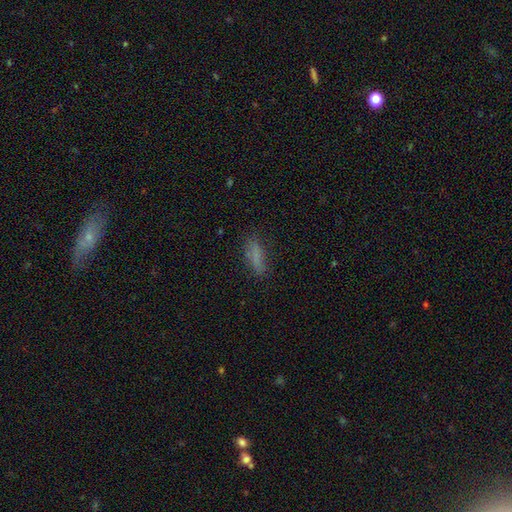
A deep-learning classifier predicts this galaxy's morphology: smooth-or-featured: smooth: 75% | featured or disk: 14% | star or artifact: 11%
  how-rounded: cigar-shaped: 57% | in between: 40% | round: 2%
  merging: none: 75% | minor disturbance: 17% | major disturbance: 6% | merger: 2%